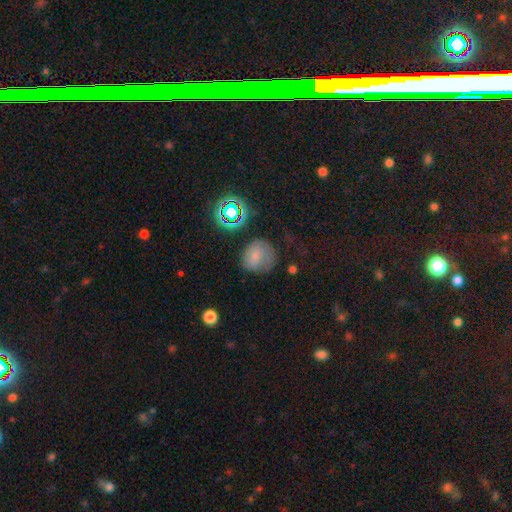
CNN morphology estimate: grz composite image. It shows a smooth galaxy with no disk features (68%) that is round (78%). Merging: none (59%).